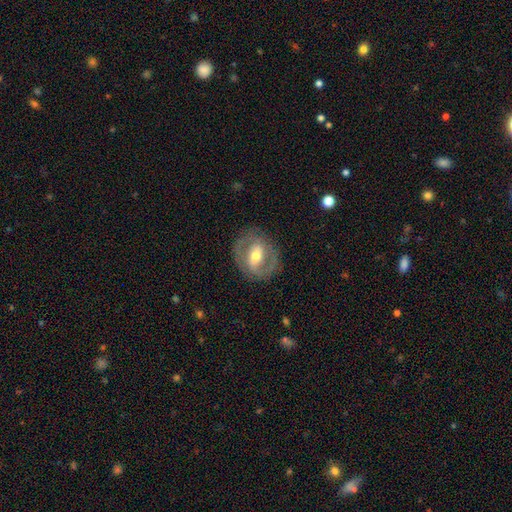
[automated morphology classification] Smooth or featured?
  - featured or disk: 73% *
  - smooth: 21%
  - star or artifact: 6%
Edge-on disk?
  - no: 94% *
  - yes: 6%
Bar?
  - strong: 43% *
  - weak: 37%
  - no: 20%
Spiral arms?
  - yes: 64% *
  - no: 36%
Bulge size?
  - moderate: 67% *
  - small: 23%
  - large: 8%
  - none: 1%
  - dominant: 1%
Merging?
  - none: 81% *
  - minor disturbance: 11%
  - major disturbance: 6%
  - merger: 1%